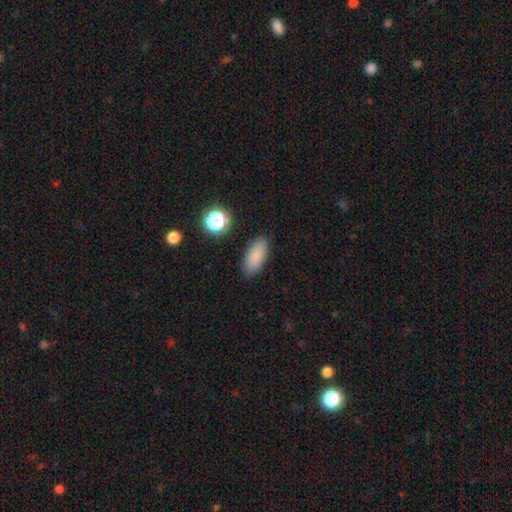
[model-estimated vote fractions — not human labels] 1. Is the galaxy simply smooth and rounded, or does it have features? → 85% smooth, 9% star or artifact, 6% featured or disk.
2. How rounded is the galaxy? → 88% in between, 9% cigar-shaped, 3% round.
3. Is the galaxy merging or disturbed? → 87% none, 9% minor disturbance, 3% major disturbance, 2% merger.